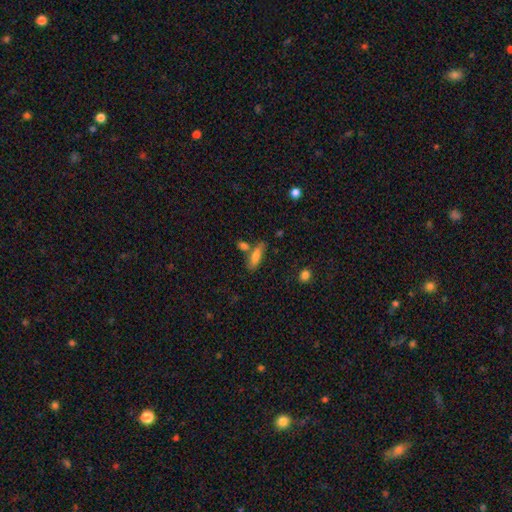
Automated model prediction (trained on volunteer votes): smooth-or-featured: smooth: 76% | featured or disk: 16% | star or artifact: 8%
  how-rounded: in between: 54% | cigar-shaped: 43% | round: 3%
  merging: none: 58% | merger: 19% | minor disturbance: 17% | major disturbance: 6%